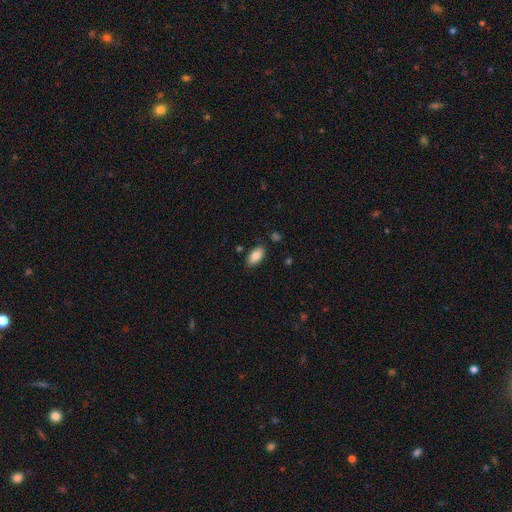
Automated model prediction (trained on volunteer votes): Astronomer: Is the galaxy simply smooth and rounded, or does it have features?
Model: smooth — 85%.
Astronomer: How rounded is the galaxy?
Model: in between — 92%.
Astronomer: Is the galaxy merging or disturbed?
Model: none — 84%.